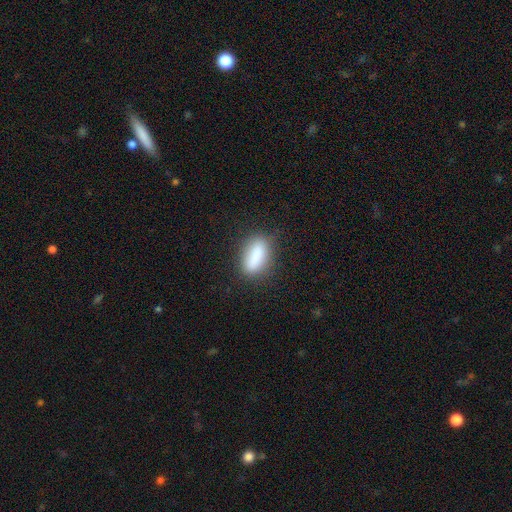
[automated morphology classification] A smooth galaxy with no disk features (81%) that is in between round and cigar-shaped (67%). Merging: none (79%).